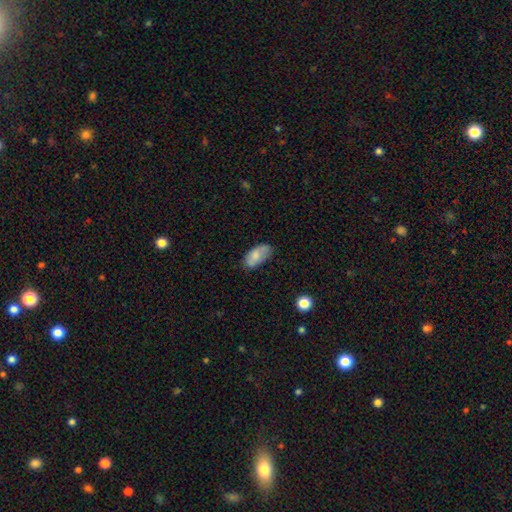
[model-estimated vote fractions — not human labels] Smooth or featured? Predicted: smooth (p=0.78). How rounded? Predicted: in between (p=0.93). Merging? Predicted: none (p=0.68).